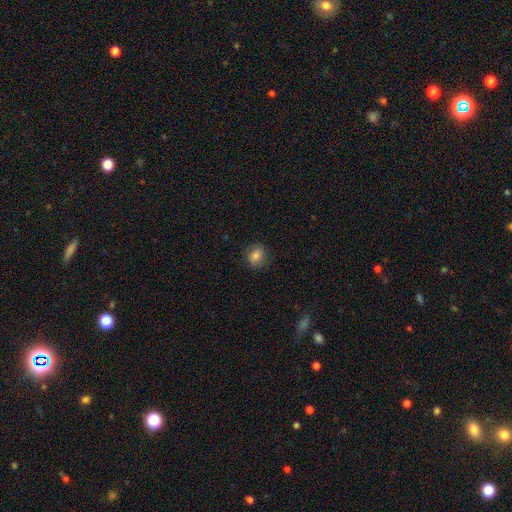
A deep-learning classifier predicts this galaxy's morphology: This is likely a smooth galaxy (79%). How rounded: likely round (74%). Merging: clearly none (85%).